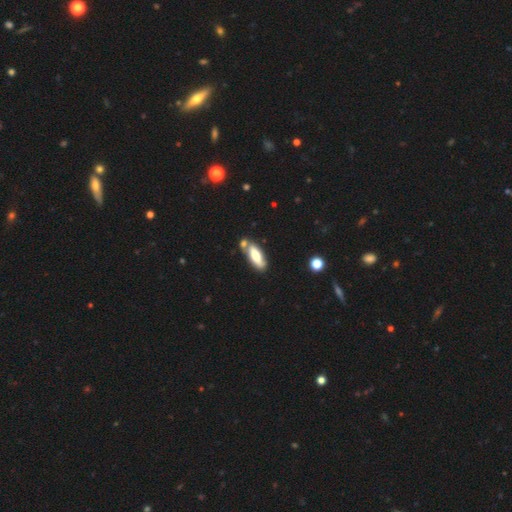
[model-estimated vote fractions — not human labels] Smooth or featured? Predicted: smooth (p=0.65). How rounded? Predicted: in between (p=0.58). Merging? Predicted: none (p=0.61).